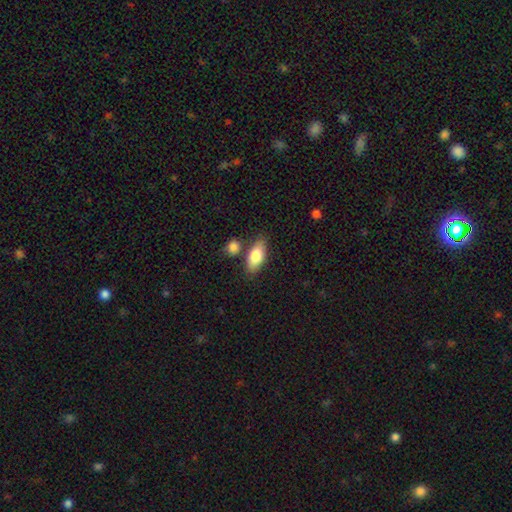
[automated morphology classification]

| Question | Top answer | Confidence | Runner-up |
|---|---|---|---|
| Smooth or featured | smooth | 80% | featured or disk (14%) |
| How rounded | in between | 83% | cigar-shaped (13%) |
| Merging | none | 71% | merger (14%) |